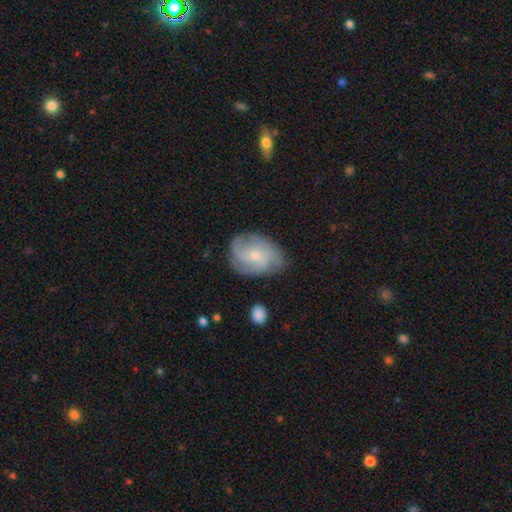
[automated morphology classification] A featured or disk galaxy (75%) with no bar (70%), 3 (32%) tight (43%) spiral arms (94%) and a small central bulge (61%).

Vote fractions:
- Smooth or featured? featured or disk: 75% / smooth: 18% / star or artifact: 7%
- Edge-on disk? no: 97% / yes: 3%
- Bar? no: 70% / weak: 27% / strong: 4%
- Spiral arms? yes: 94% / no: 6%
- Spiral winding? tight: 43% / medium: 42% / loose: 15%
- Spiral arm count? 3: 32% / can't tell: 22% / 4: 22% / 2: 13% / more than 4: 6% / 1: 5%
- Bulge size? small: 61% / moderate: 35% / none: 2% / large: 2% / dominant: 1%
- Merging? none: 75% / minor disturbance: 18% / major disturbance: 6% / merger: 1%